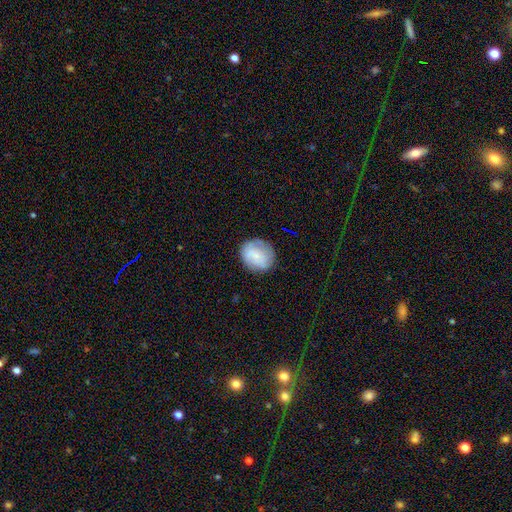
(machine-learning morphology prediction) Smooth or featured?
  - smooth: 65% *
  - featured or disk: 27%
  - star or artifact: 8%
How rounded?
  - round: 71% *
  - in between: 28%
  - cigar-shaped: 1%
Merging?
  - none: 76% *
  - minor disturbance: 17%
  - major disturbance: 5%
  - merger: 1%